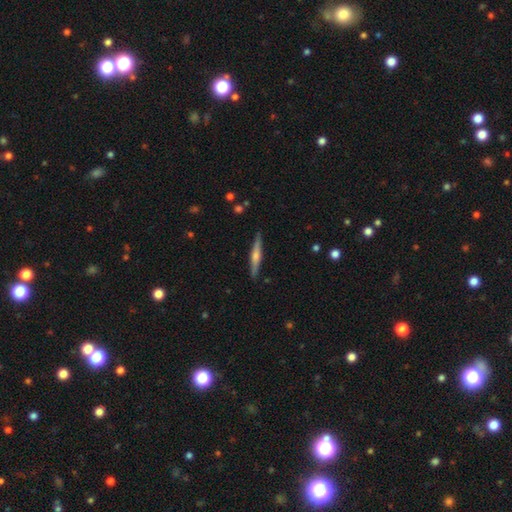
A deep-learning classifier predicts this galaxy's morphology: Smooth or featured? Predicted: featured or disk (p=0.68). Edge-on disk? Predicted: yes (p=0.97). Edge-on bulge? Predicted: rounded (p=0.80). Merging? Predicted: none (p=0.90).